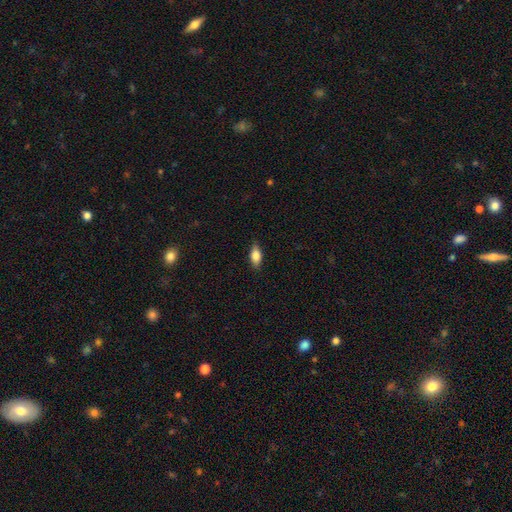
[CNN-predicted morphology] Smooth or featured?
  - smooth: 79% *
  - featured or disk: 14%
  - star or artifact: 7%
How rounded?
  - in between: 82% *
  - cigar-shaped: 13%
  - round: 4%
Merging?
  - none: 84% *
  - minor disturbance: 12%
  - major disturbance: 3%
  - merger: 1%